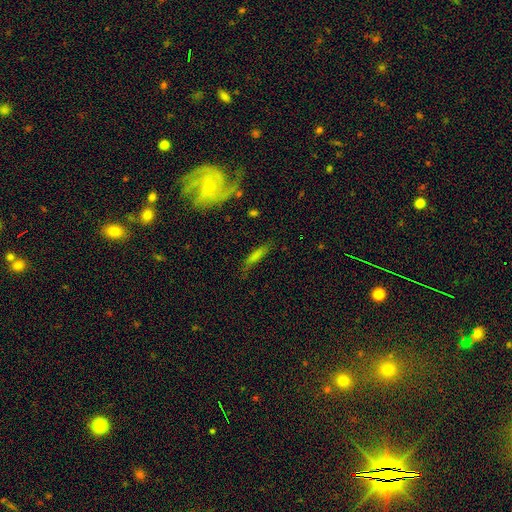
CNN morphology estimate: This is likely a smooth galaxy (70%). How rounded: likely cigar-shaped (79%). Merging: likely none (66%).